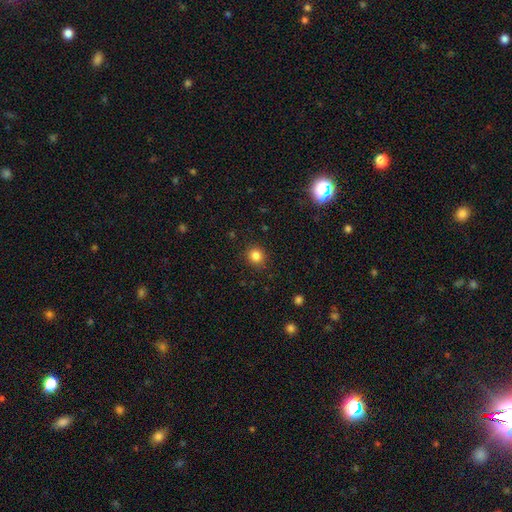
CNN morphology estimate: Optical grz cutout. It shows a smooth galaxy with no disk features (85%) that is round (88%). Merging: none (90%).